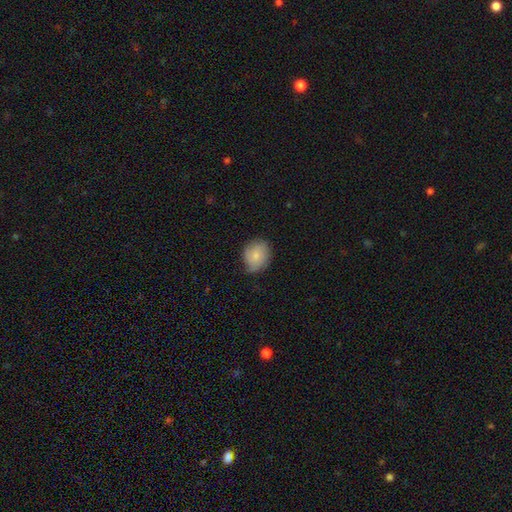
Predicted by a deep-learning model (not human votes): Overall: smooth (80%). How rounded: round (61%; in between 38%). Merging: none (66%; minor disturbance 28%).